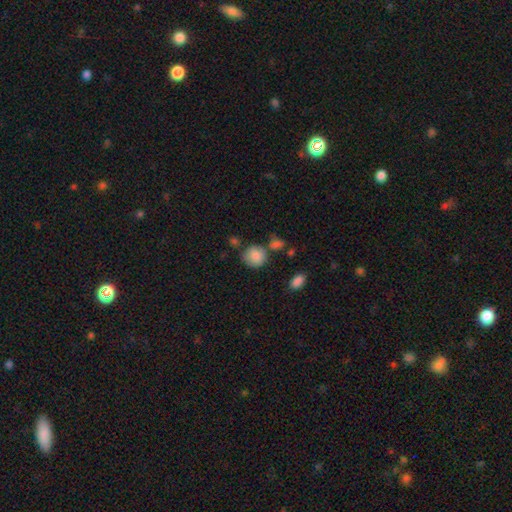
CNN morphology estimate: type=smooth (85%); roundness=round (79%); merging=none (60%).